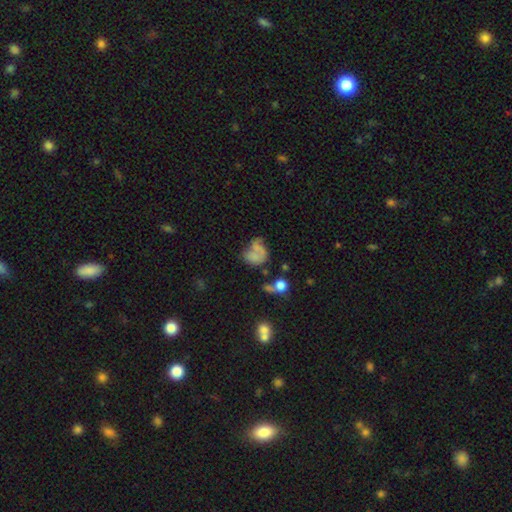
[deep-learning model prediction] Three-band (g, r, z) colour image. It shows a smooth galaxy with no disk features (45%). Merging: major disturbance (31%).